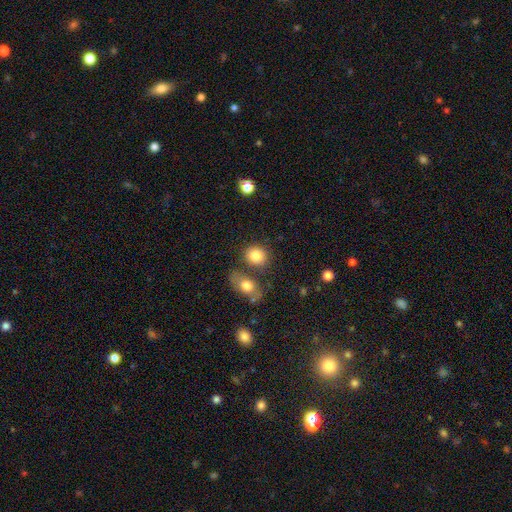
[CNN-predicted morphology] This appears to be a smooth galaxy with no disk features (83%) that is round (65%). Merging: none (67%).